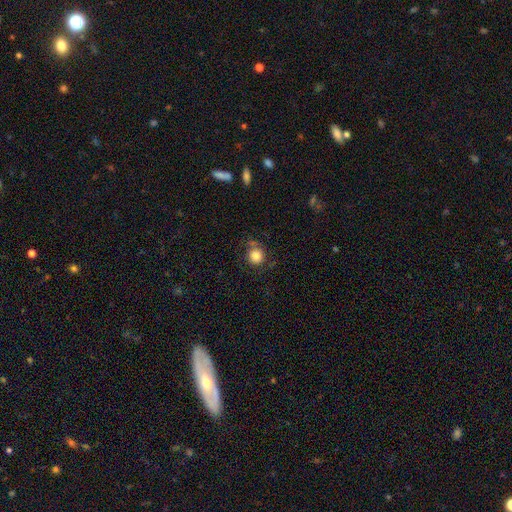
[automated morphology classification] The model was most divided on "merging": none: 69%, minor disturbance: 18%, major disturbance: 8%, merger: 5%. More confident: how rounded — round (89%); smooth or featured — smooth (82%).